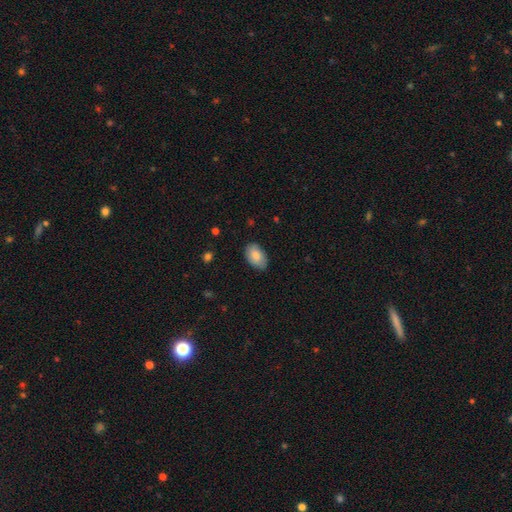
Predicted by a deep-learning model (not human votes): Smooth or featured: smooth — 83% (featured or disk — 11%)
How rounded: in between — 92% (round — 6%)
Merging: none — 82% (minor disturbance — 14%)